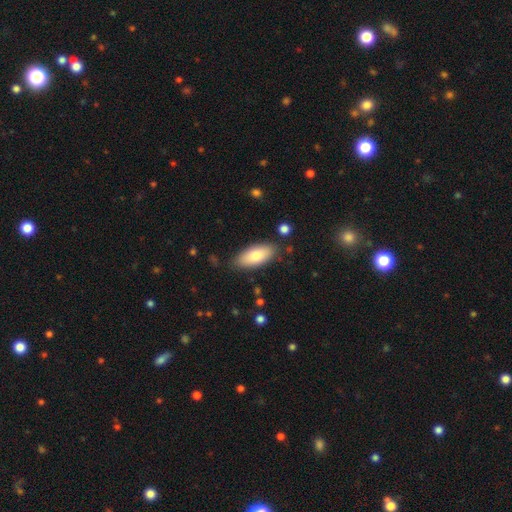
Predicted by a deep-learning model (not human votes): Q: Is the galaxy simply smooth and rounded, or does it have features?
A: smooth — 79%.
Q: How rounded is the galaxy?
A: in between — 86%.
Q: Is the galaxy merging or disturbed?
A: none — 84%.